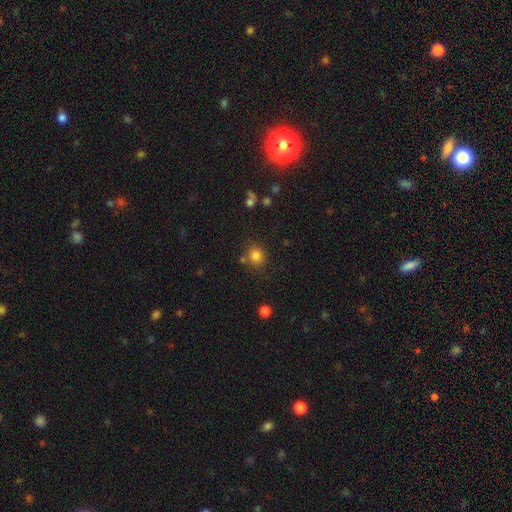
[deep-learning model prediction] smooth-or-featured: smooth: 82% | star or artifact: 12% | featured or disk: 6%
  how-rounded: round: 84% | in between: 15% | cigar-shaped: 1%
  merging: none: 77% | minor disturbance: 11% | merger: 9% | major disturbance: 4%